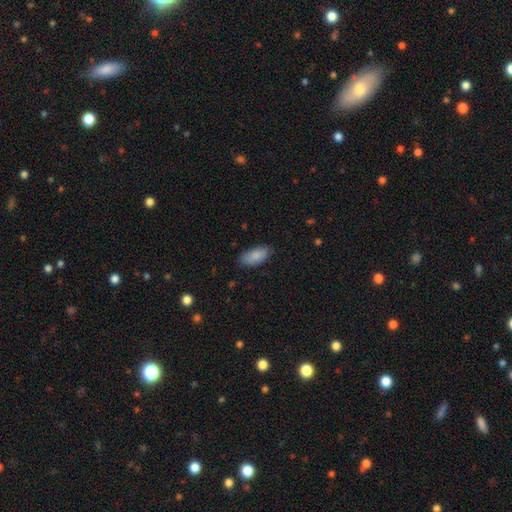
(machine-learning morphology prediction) Smooth or featured?
  - smooth: 87% *
  - featured or disk: 7%
  - star or artifact: 6%
How rounded?
  - in between: 90% *
  - cigar-shaped: 8%
  - round: 2%
Merging?
  - none: 83% *
  - minor disturbance: 13%
  - major disturbance: 3%
  - merger: 1%